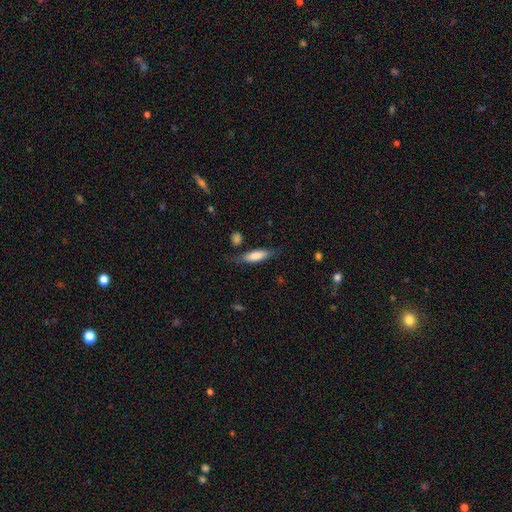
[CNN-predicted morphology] type=smooth (77%); roundness=cigar-shaped (54%); merging=none (72%).